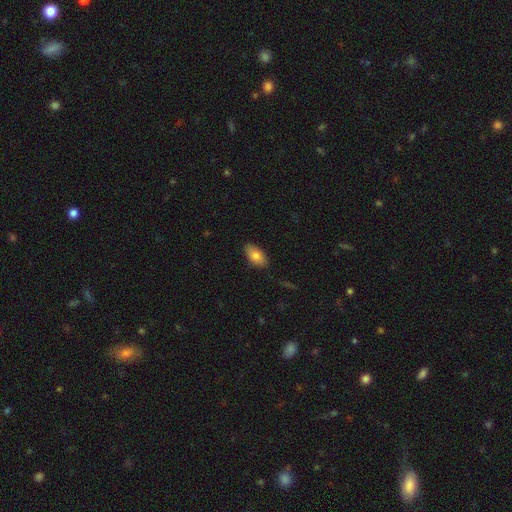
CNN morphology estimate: Q: Smooth or featured?
A: smooth (79%); runner-up: featured or disk (14%)
Q: How rounded?
A: in between (92%); runner-up: round (4%)
Q: Merging?
A: none (85%); runner-up: minor disturbance (11%)